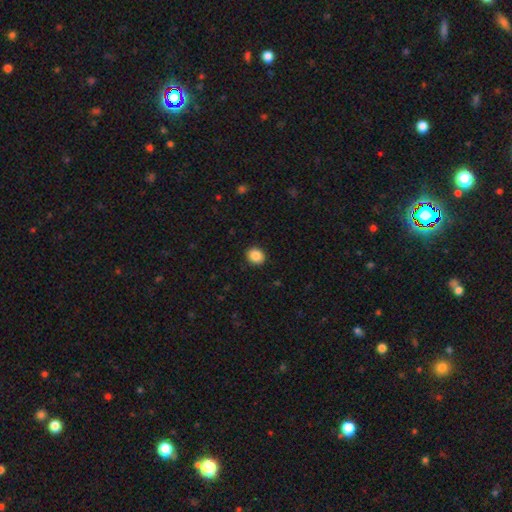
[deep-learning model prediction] Morphology: type=smooth (88%); roundness=round (72%); merging=none (91%).